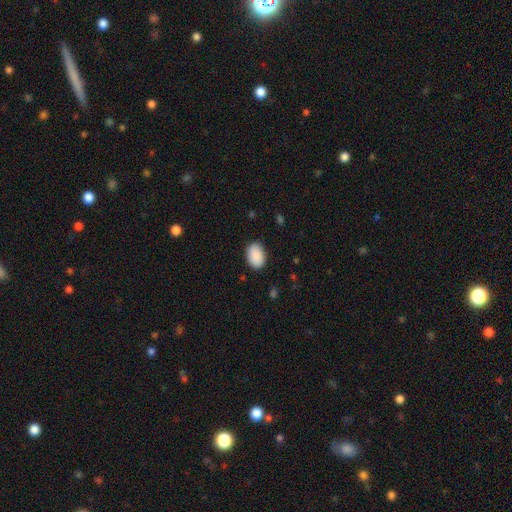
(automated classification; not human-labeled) The model was most divided on "how rounded": in between: 84%, round: 15%, cigar-shaped: 1%. More confident: smooth or featured — smooth (90%); merging — none (84%).